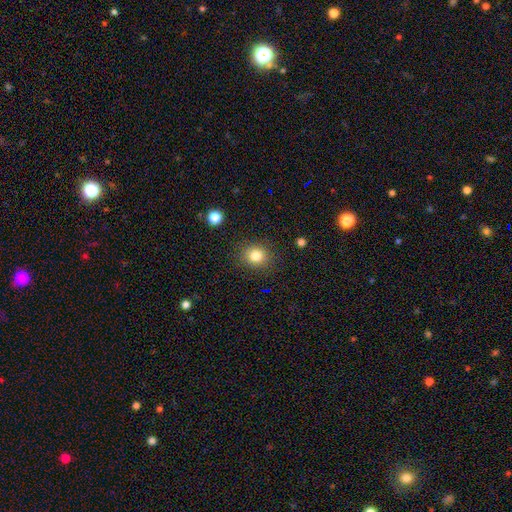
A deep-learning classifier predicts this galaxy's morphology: Smooth or featured?
  - smooth: 81% *
  - star or artifact: 12%
  - featured or disk: 7%
How rounded?
  - round: 77% *
  - in between: 22%
  - cigar-shaped: 1%
Merging?
  - none: 87% *
  - minor disturbance: 8%
  - major disturbance: 3%
  - merger: 1%